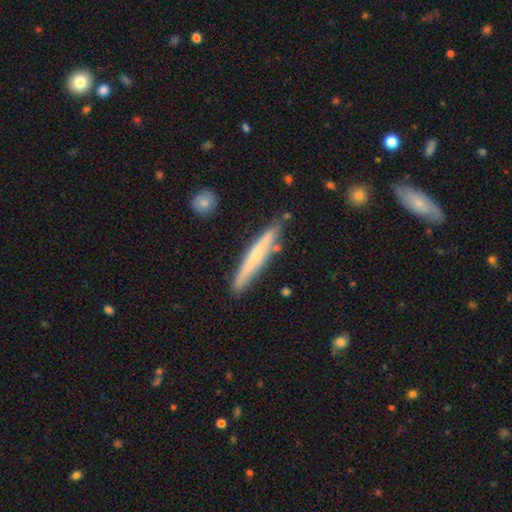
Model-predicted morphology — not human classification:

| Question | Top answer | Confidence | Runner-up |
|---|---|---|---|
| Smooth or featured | smooth | 51% | featured or disk (43%) |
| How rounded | cigar-shaped | 95% | in between (3%) |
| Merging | none | 85% | minor disturbance (11%) |